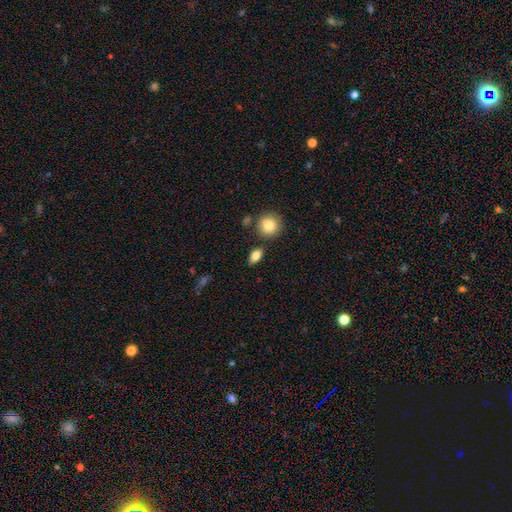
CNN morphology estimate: Smooth or featured? smooth (79%)
How rounded? in between (79%)
Merging? none (81%)